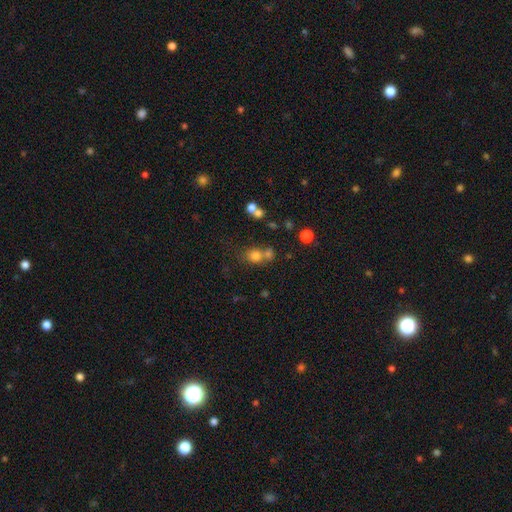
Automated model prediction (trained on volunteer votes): Q: Smooth or featured?
A: smooth (74%); runner-up: star or artifact (16%)
Q: How rounded?
A: round (69%); runner-up: in between (29%)
Q: Merging?
A: none (48%); runner-up: merger (37%)